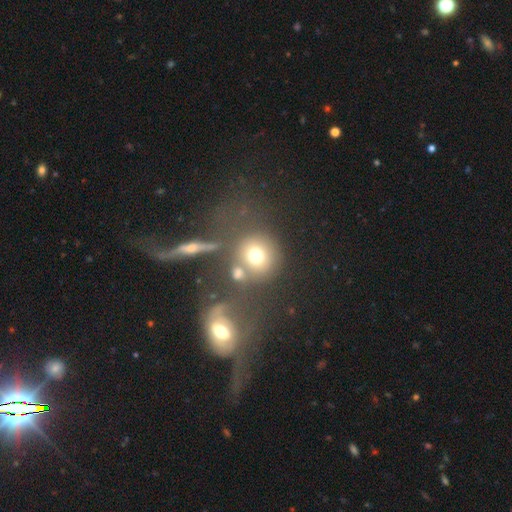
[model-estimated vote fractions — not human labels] This appears to be a smooth galaxy with no disk features (69%) that is round (86%). Merging: none (57%).